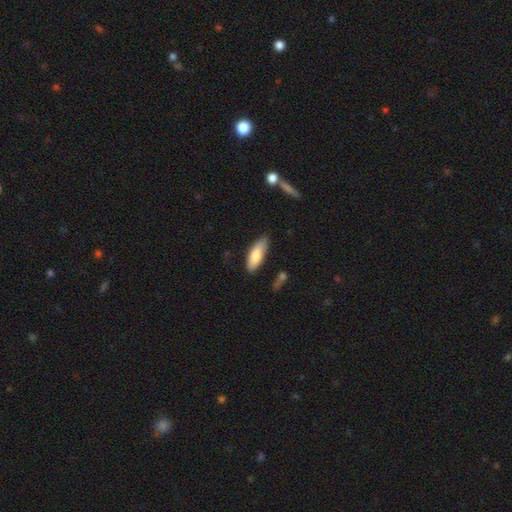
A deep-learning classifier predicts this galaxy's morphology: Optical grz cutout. It shows a smooth galaxy with no disk features (80%) that is in between round and cigar-shaped (63%). Merging: none (76%).